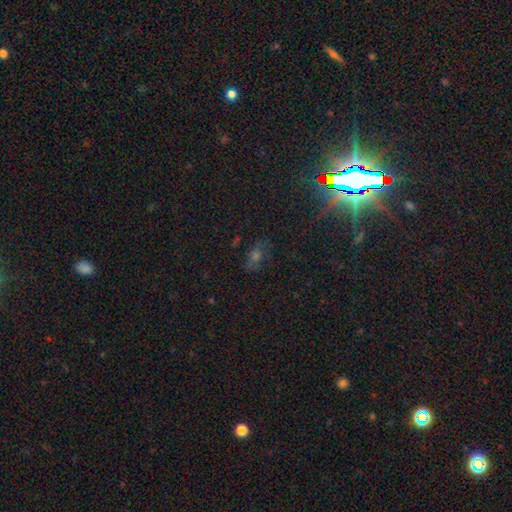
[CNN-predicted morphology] Smooth or featured: star or artifact — 45% (smooth — 34%)